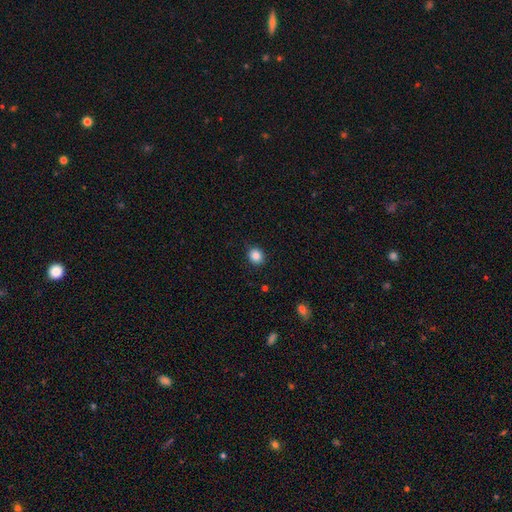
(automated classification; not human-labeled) smooth-or-featured: smooth: 86% | star or artifact: 10% | featured or disk: 4%
  how-rounded: round: 79% | in between: 20% | cigar-shaped: 1%
  merging: none: 88% | minor disturbance: 9% | major disturbance: 2% | merger: 1%